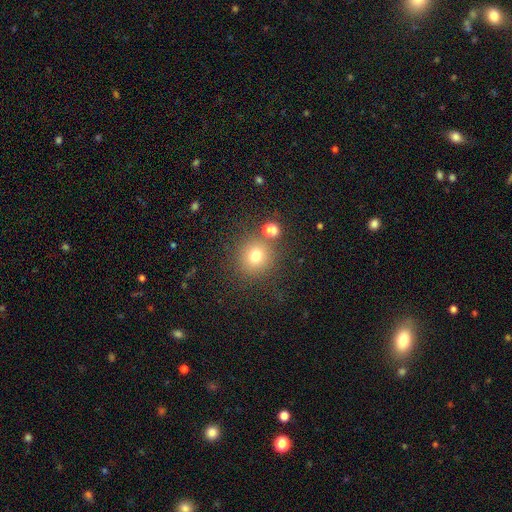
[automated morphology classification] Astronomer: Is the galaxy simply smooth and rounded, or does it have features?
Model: smooth — 75%.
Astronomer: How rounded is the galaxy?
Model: round — 90%.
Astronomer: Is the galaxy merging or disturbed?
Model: none — 75%.